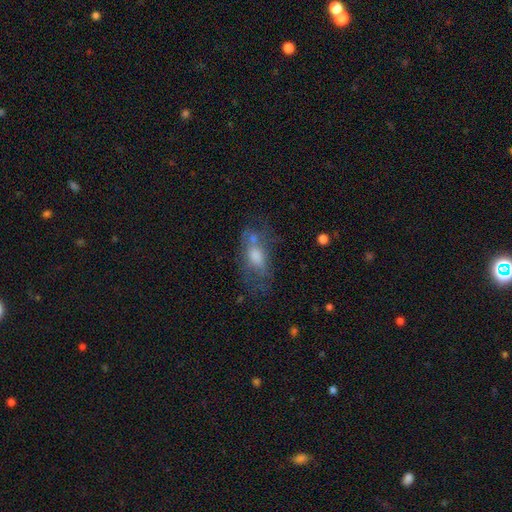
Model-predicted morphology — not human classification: smooth 49%, featured or disk 40%, star or artifact 11%. Down the decision tree: merging — none (44%).